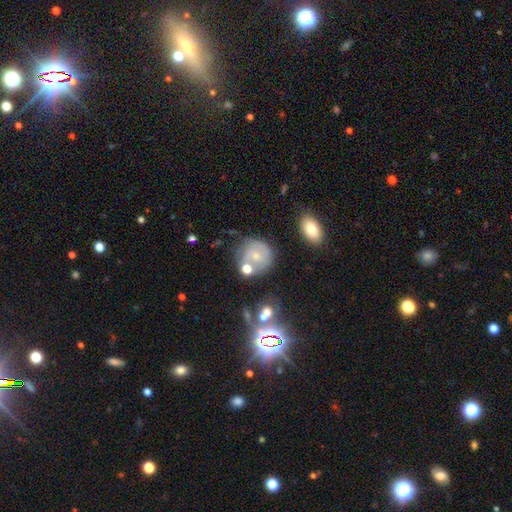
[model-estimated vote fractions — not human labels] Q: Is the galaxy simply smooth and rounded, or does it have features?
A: smooth — 55%.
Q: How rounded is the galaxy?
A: round — 84%.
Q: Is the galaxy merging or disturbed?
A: none — 49%.